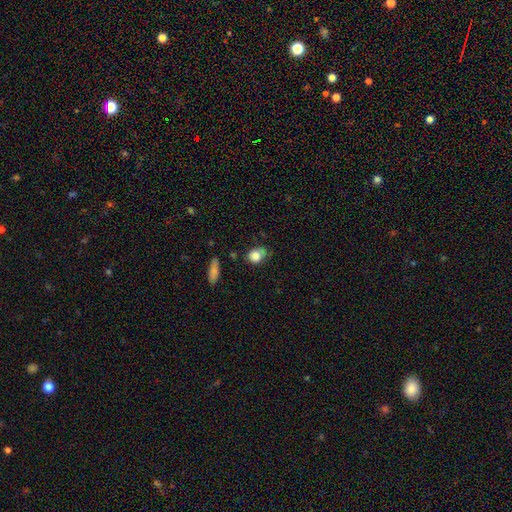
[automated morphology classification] Smooth or featured: smooth — 80% (featured or disk — 11%)
How rounded: round — 52% (in between — 46%)
Merging: none — 51% (minor disturbance — 33%)